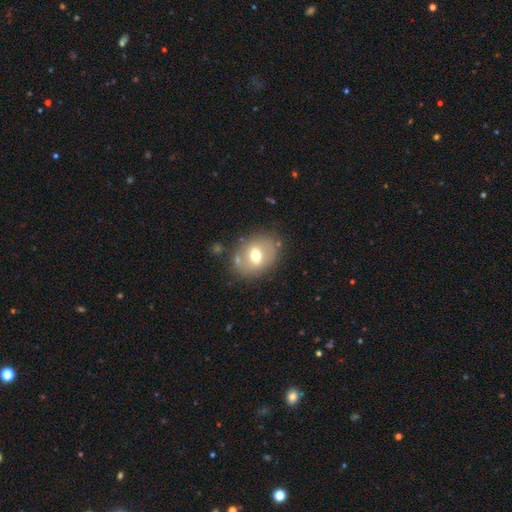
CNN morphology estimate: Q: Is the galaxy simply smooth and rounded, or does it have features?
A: smooth — 58%.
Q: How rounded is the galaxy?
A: in between — 55%.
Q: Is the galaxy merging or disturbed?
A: none — 77%.